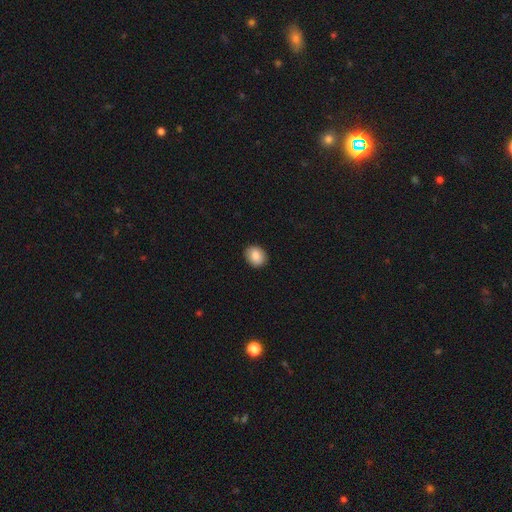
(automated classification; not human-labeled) Morphology: type=smooth (86%); roundness=round (58%); merging=none (90%).